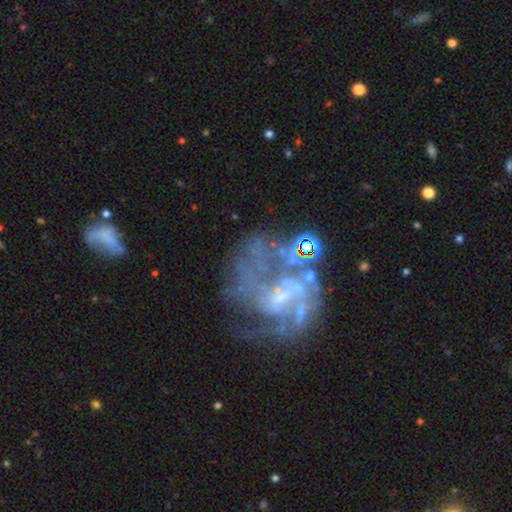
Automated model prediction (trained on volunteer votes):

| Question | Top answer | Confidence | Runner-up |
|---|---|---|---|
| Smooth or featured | featured or disk | 74% | star or artifact (15%) |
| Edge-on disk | no | 98% | yes (2%) |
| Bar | no | 61% | weak (31%) |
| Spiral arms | yes | 60% | no (40%) |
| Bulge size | small | 44% | none (36%) |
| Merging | none | 40% | major disturbance (32%) |